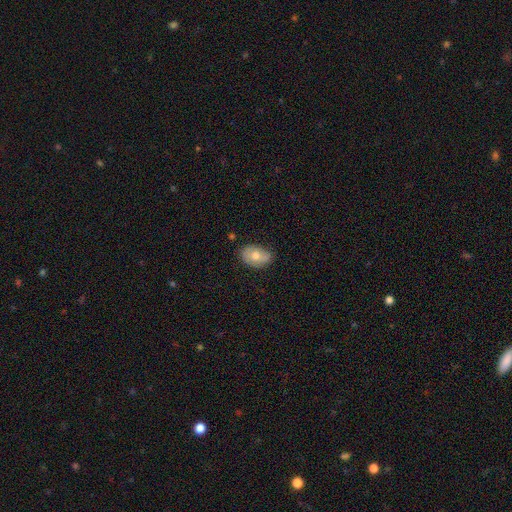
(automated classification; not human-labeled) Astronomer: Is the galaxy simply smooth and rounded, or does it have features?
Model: smooth — 66%.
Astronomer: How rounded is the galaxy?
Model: in between — 81%.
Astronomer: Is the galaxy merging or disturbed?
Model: none — 71%.